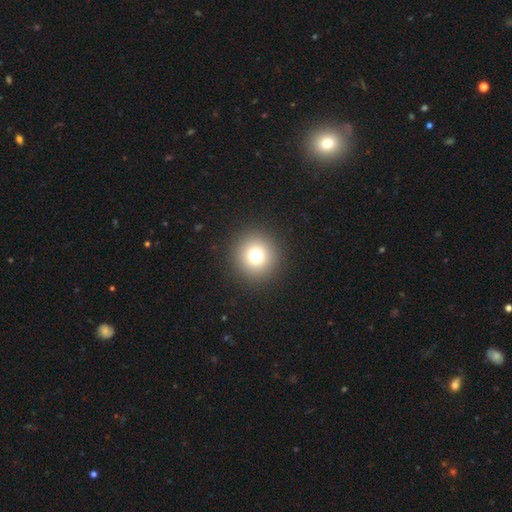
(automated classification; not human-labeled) Smooth or featured? Predicted: smooth (p=0.74). How rounded? Predicted: round (p=0.95). Merging? Predicted: none (p=0.92).